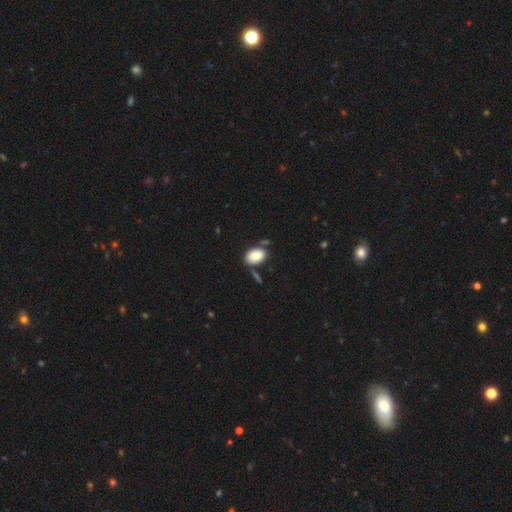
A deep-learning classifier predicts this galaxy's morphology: A smooth galaxy with no disk features (87%) that is in between round and cigar-shaped (88%). Merging: none (69%).